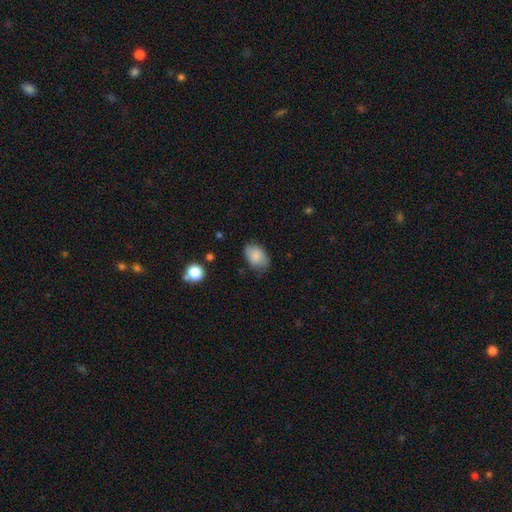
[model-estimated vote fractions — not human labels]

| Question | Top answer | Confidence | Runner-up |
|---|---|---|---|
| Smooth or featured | smooth | 83% | featured or disk (9%) |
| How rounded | in between | 83% | round (15%) |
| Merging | none | 74% | minor disturbance (20%) |